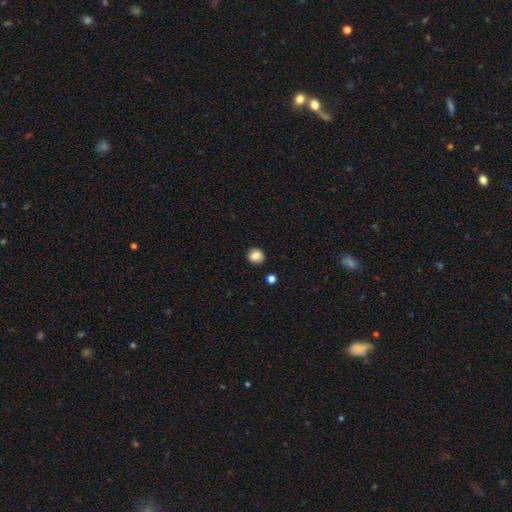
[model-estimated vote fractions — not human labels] smooth-or-featured: smooth: 85% | star or artifact: 10% | featured or disk: 6%
  how-rounded: round: 81% | in between: 18% | cigar-shaped: 1%
  merging: none: 88% | minor disturbance: 8% | merger: 2% | major disturbance: 2%